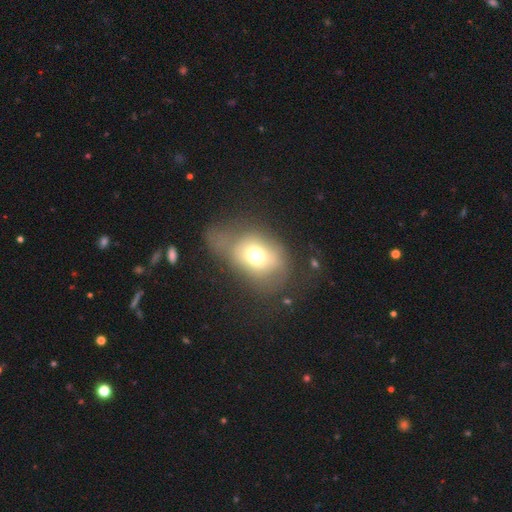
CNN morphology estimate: type=smooth (64%); roundness=in between (56%); merging=major disturbance (36%).